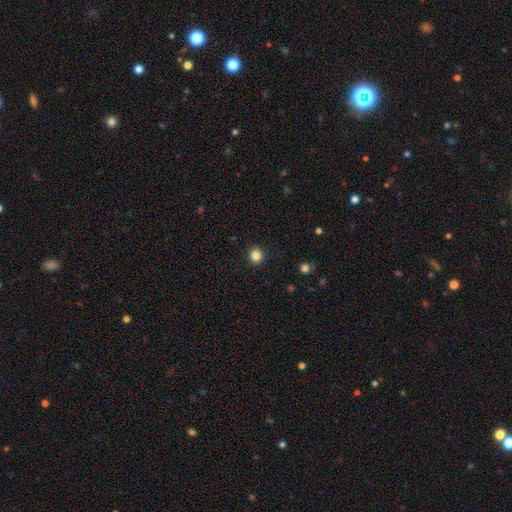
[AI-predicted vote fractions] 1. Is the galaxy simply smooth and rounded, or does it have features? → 84% smooth, 12% star or artifact, 4% featured or disk.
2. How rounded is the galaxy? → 93% round, 6% in between, 1% cigar-shaped.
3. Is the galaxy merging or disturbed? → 92% none, 5% minor disturbance, 2% major disturbance, 1% merger.